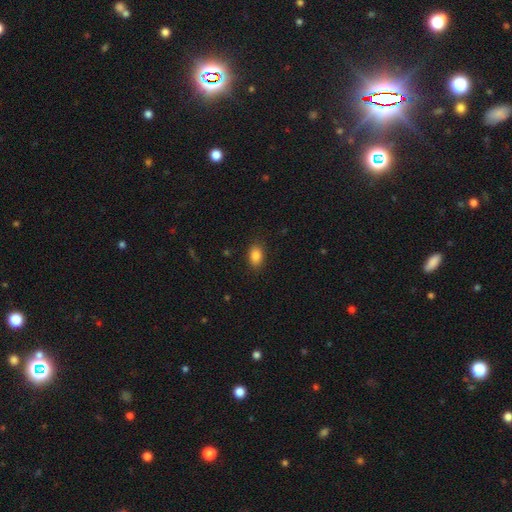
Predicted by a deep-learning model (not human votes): Smooth or featured? smooth (86%)
How rounded? in between (85%)
Merging? none (87%)